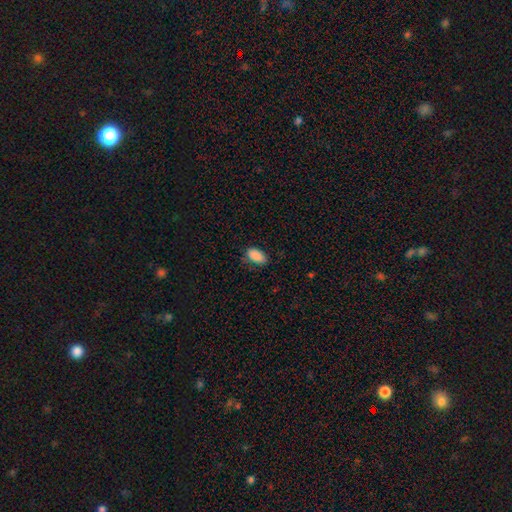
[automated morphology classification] This appears to be a smooth galaxy with no disk features (89%) that is in between round and cigar-shaped (93%). Merging: none (76%).